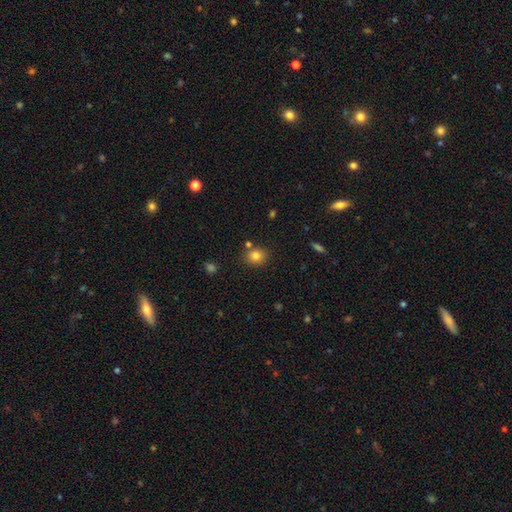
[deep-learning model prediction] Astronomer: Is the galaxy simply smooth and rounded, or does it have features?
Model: smooth — 81%.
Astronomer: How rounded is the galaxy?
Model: round — 66%.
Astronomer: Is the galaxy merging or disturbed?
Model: none — 78%.